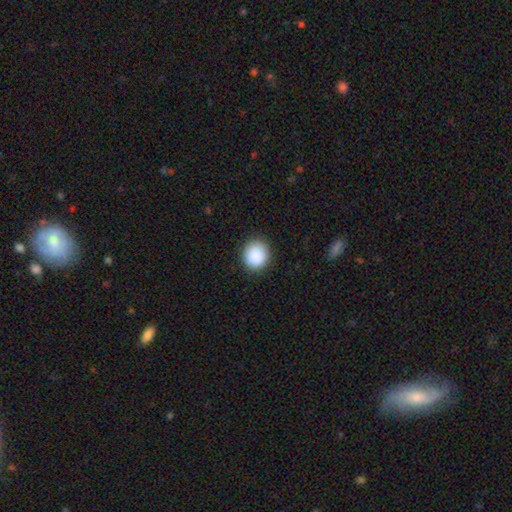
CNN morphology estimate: Smooth or featured: smooth — 89% (star or artifact — 8%)
How rounded: round — 84% (in between — 15%)
Merging: none — 89% (minor disturbance — 8%)